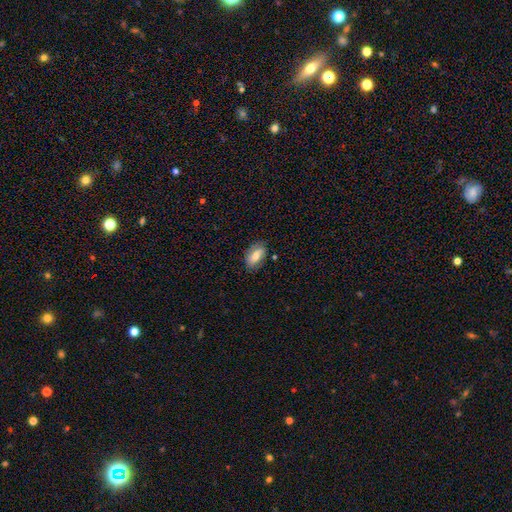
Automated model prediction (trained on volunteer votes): smooth 68%, featured or disk 25%, star or artifact 7%. Down the decision tree: how rounded — in between (91%); merging — none (76%).